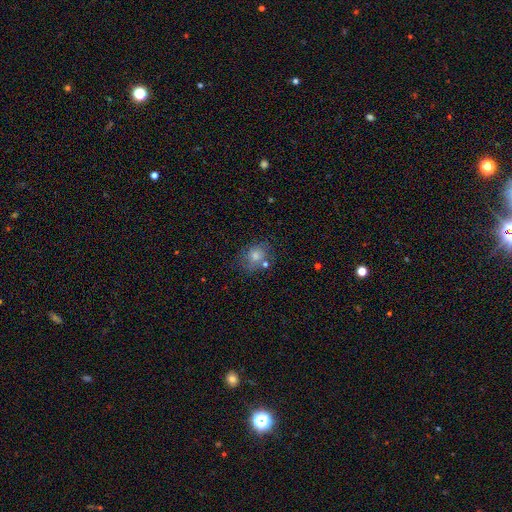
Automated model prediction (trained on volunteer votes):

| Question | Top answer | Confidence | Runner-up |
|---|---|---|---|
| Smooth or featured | smooth | 63% | star or artifact (20%) |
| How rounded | round | 59% | in between (39%) |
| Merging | none | 68% | minor disturbance (16%) |